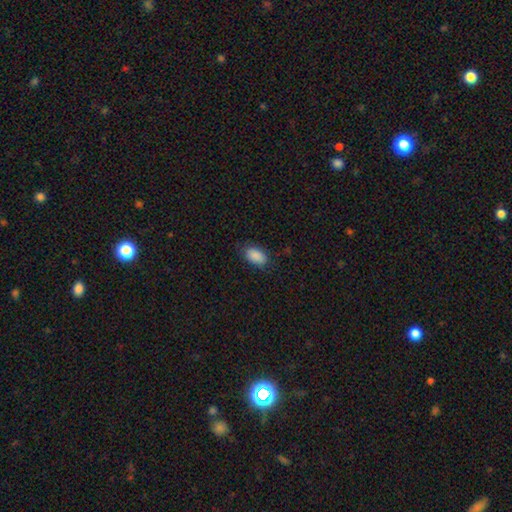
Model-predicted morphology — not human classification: smooth_or_featured: smooth (p=0.89) [alt: star or artifact p=0.07]
how_rounded: in between (p=0.92) [alt: round p=0.06]
merging: none (p=0.79) [alt: minor disturbance p=0.16]